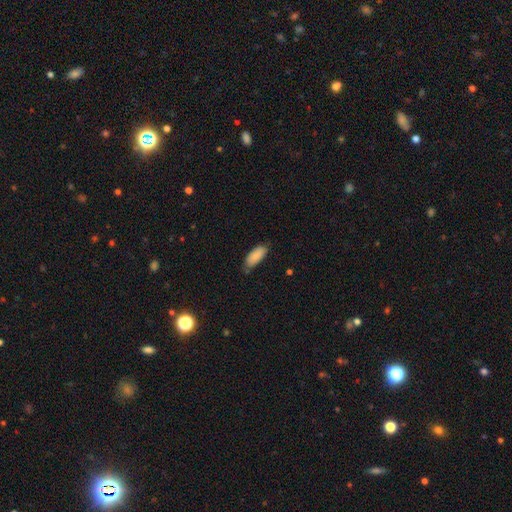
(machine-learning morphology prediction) smooth-or-featured: smooth: 88% | star or artifact: 6% | featured or disk: 5%
  how-rounded: in between: 81% | cigar-shaped: 18% | round: 2%
  merging: none: 74% | minor disturbance: 21% | major disturbance: 3% | merger: 2%